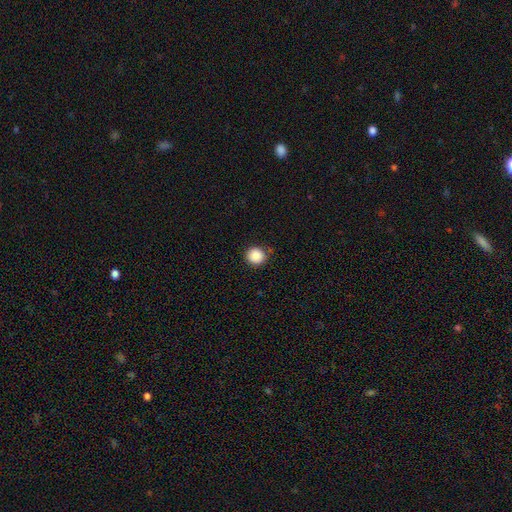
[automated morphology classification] Overall: smooth (88%). How rounded: round (93%). Merging: none (85%).